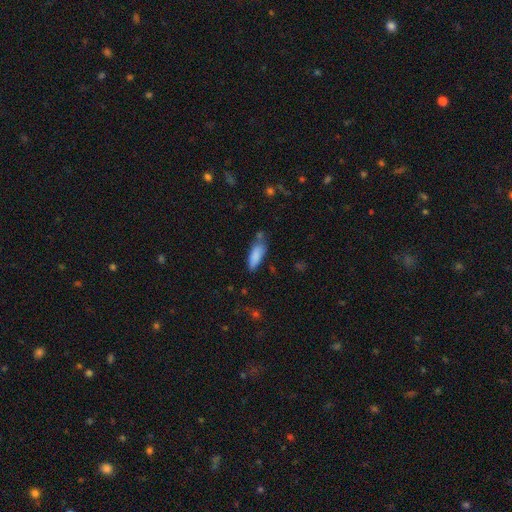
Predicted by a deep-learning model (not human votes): This is clearly a smooth galaxy (84%). How rounded: likely in between (64%). Merging: possibly none (56%).